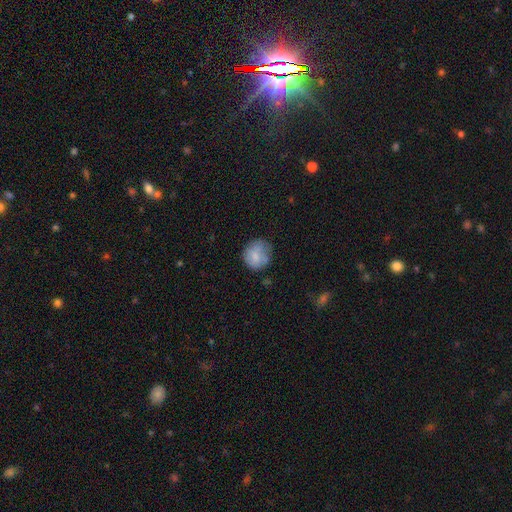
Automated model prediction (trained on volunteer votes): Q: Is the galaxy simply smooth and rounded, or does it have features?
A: smooth — 78%.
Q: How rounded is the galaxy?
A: round — 81%.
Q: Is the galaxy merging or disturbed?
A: none — 63%.